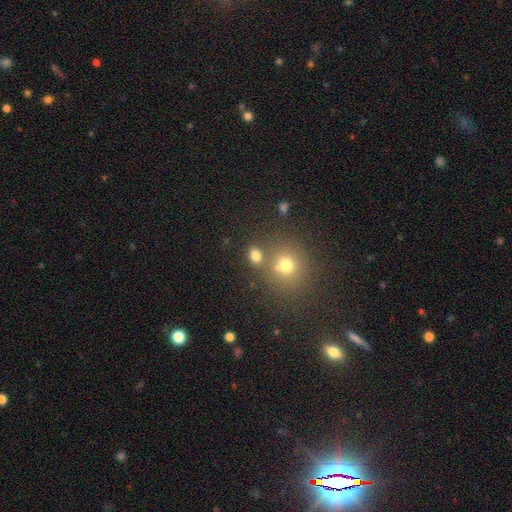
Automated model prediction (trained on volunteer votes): This is likely a smooth galaxy (75%). How rounded: possibly round (51%). Merging: likely none (66%).